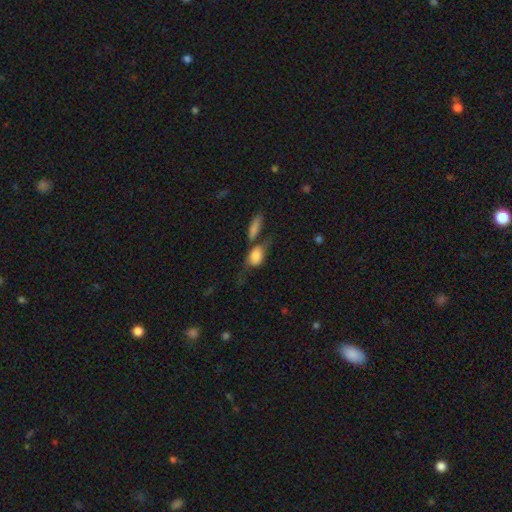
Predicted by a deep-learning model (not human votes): Smooth or featured? Predicted: smooth (p=0.71). How rounded? Predicted: in between (p=0.75). Merging? Predicted: merger (p=0.40).